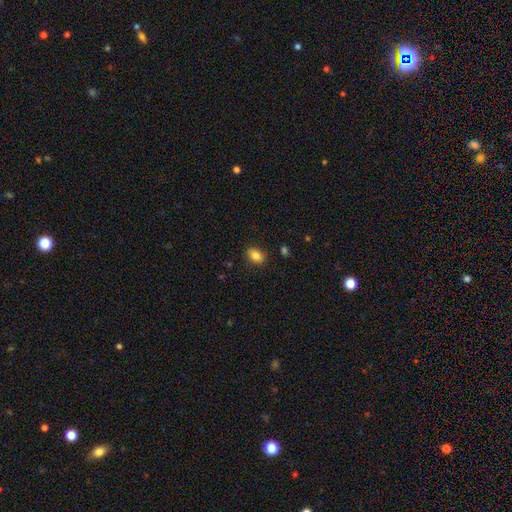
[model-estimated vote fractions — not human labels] Overall: smooth (83%). How rounded: in between (79%). Merging: none (87%).